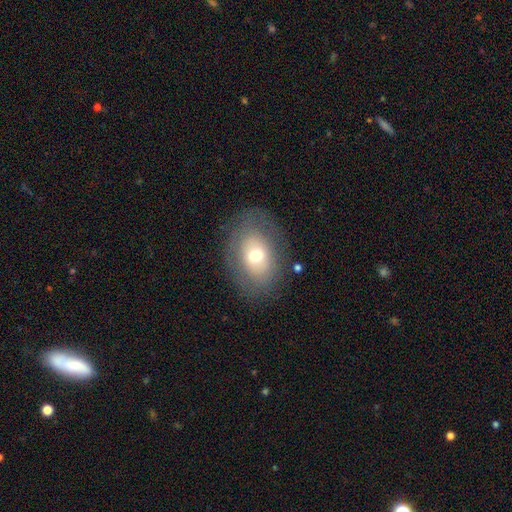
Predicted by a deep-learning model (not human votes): This is likely a smooth galaxy (61%). How rounded: likely in between (72%). Merging: likely none (75%).